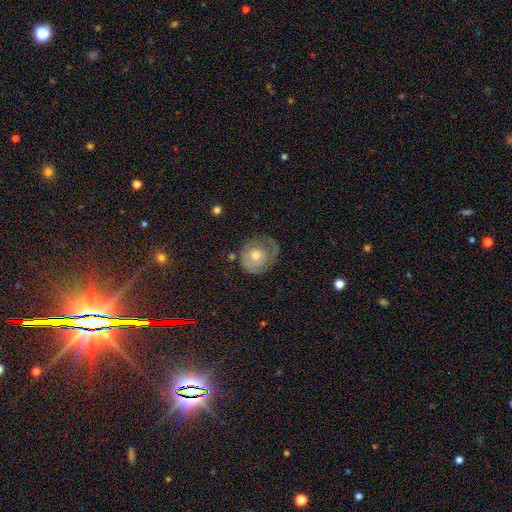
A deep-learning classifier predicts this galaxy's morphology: This appears to be a featured or disk galaxy (57%) with no bar (84%), spiral arms (70%) and a moderate central bulge (61%). Merging: none (58%).